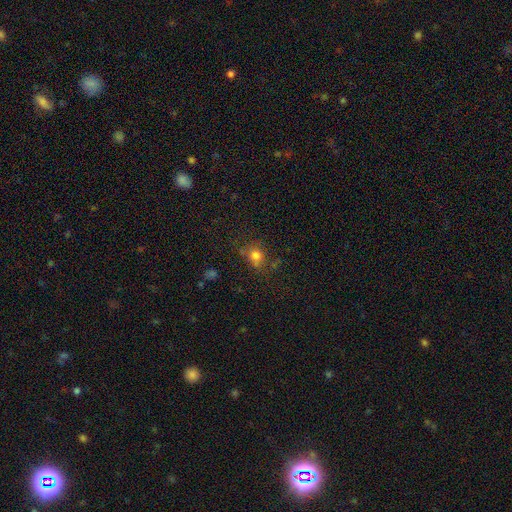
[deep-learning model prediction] Smooth or featured: smooth — 75% (star or artifact — 17%)
How rounded: round — 77% (in between — 22%)
Merging: none — 68% (minor disturbance — 18%)